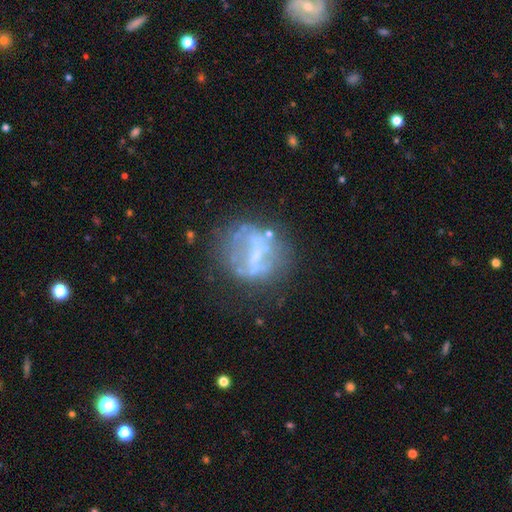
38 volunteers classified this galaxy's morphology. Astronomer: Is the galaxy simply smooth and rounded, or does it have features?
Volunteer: featured or disk — 74%.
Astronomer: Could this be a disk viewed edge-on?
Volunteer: no — 100%.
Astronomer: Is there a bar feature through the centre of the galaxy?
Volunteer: no — 68%.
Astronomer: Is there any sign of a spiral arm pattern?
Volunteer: no — 75%.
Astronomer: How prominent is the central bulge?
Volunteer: none — 46% (runner-up: moderate, 36%).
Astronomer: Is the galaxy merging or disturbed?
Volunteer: none — 42% (runner-up: major disturbance, 22%).